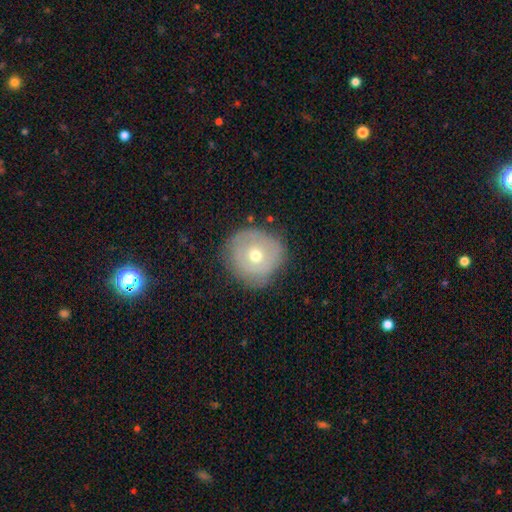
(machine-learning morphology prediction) Overall: smooth (52%; featured or disk 39%). How rounded: round (88%). Merging: none (74%).